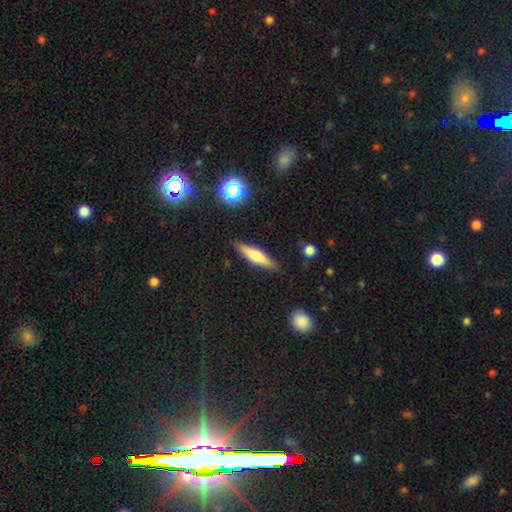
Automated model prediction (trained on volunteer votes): A smooth galaxy with no disk features (56%) that is cigar-shaped (79%). Merging: none (87%).